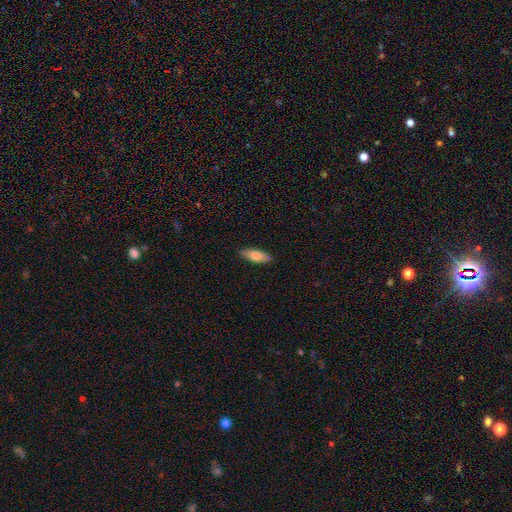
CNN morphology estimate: smooth 75%, featured or disk 19%, star or artifact 6%. Down the decision tree: how rounded — in between (65%); merging — none (89%).